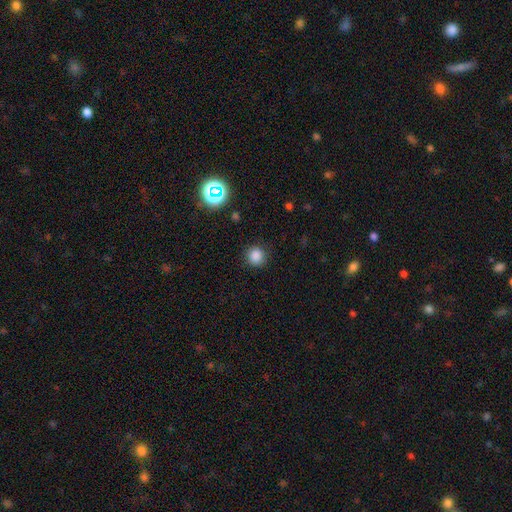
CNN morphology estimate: The model was most divided on "smooth or featured": smooth: 84%, star or artifact: 13%, featured or disk: 4%. More confident: how rounded — round (91%); merging — none (87%).